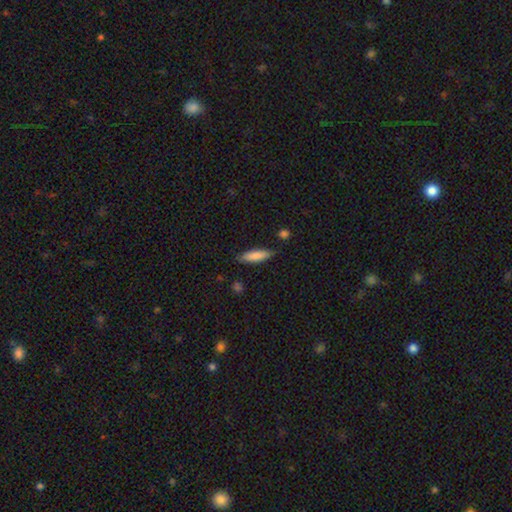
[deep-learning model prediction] Smooth or featured?
  - smooth: 83% *
  - featured or disk: 11%
  - star or artifact: 6%
How rounded?
  - cigar-shaped: 66% *
  - in between: 33%
  - round: 2%
Merging?
  - none: 83% *
  - minor disturbance: 13%
  - major disturbance: 2%
  - merger: 2%